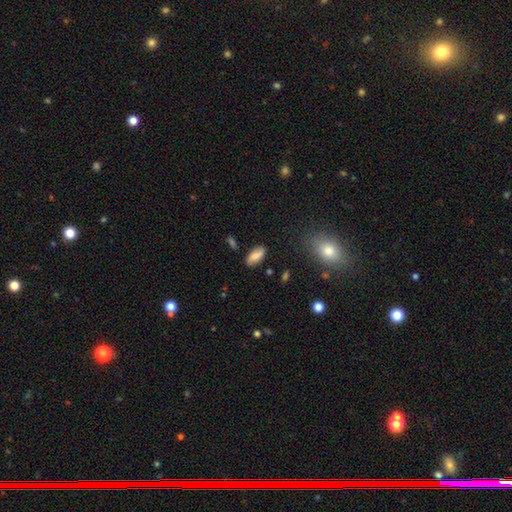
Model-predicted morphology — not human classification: smooth_or_featured: smooth (p=0.77) [alt: featured or disk p=0.15]
how_rounded: in between (p=0.87) [alt: cigar-shaped p=0.10]
merging: none (p=0.81) [alt: minor disturbance p=0.13]